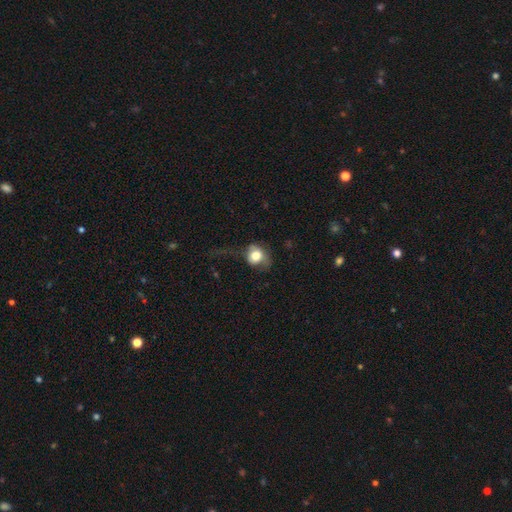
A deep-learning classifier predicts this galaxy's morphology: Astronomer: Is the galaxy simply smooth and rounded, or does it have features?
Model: smooth — 72%.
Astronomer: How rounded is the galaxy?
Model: round — 67%.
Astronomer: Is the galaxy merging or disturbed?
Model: major disturbance — 36% (runner-up: none, 35%).